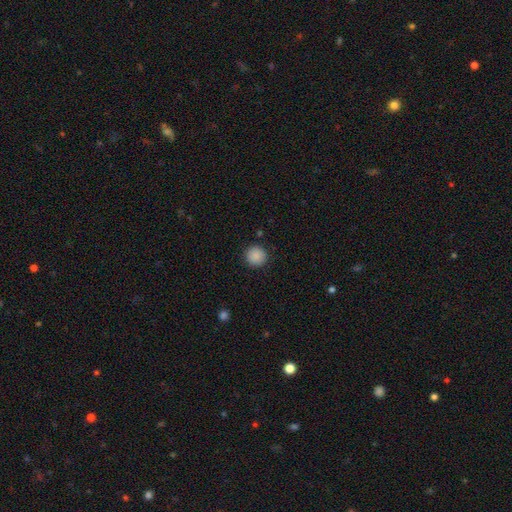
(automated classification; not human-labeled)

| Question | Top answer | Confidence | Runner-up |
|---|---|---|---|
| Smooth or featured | smooth | 89% | star or artifact (8%) |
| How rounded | round | 95% | in between (4%) |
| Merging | none | 91% | minor disturbance (6%) |